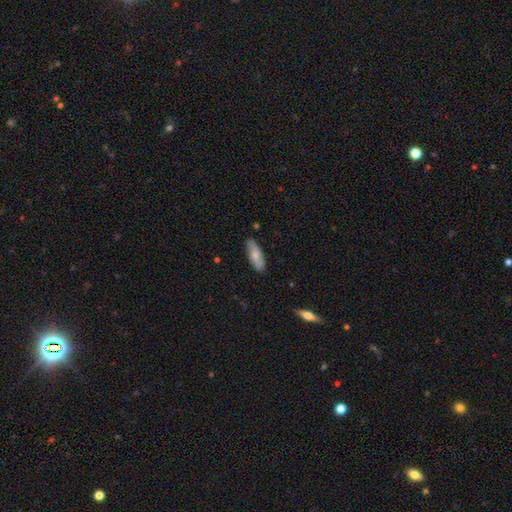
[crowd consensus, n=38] Smooth or featured: smooth — 71% (featured or disk — 21%)
How rounded: in between — 70% (cigar-shaped — 22%)
Merging: none — 80% (minor disturbance — 11%)